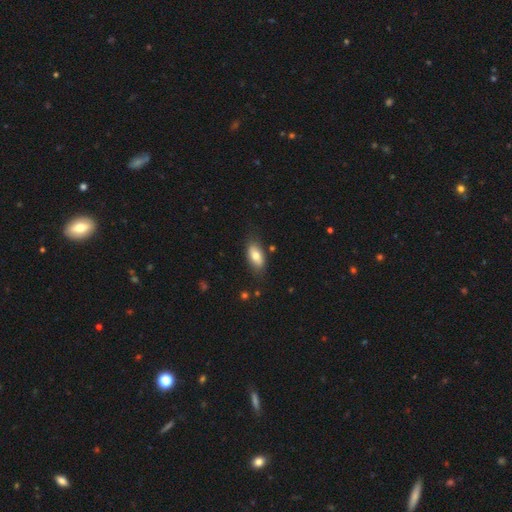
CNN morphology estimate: This appears to be a smooth galaxy with no disk features (75%) that is in between round and cigar-shaped (90%). Merging: none (77%).